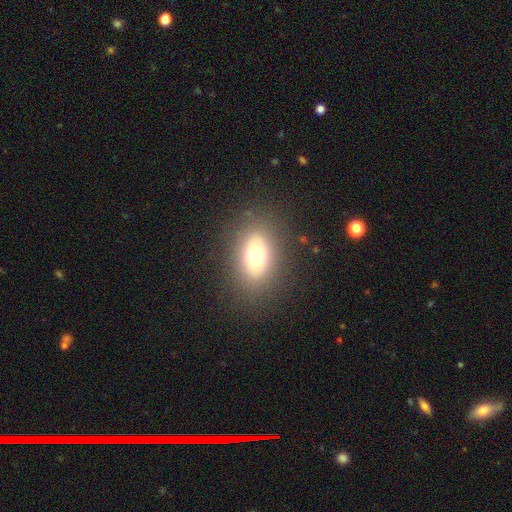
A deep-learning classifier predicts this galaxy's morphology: This is likely a smooth galaxy (69%). How rounded: clearly in between (81%). Merging: clearly none (85%).